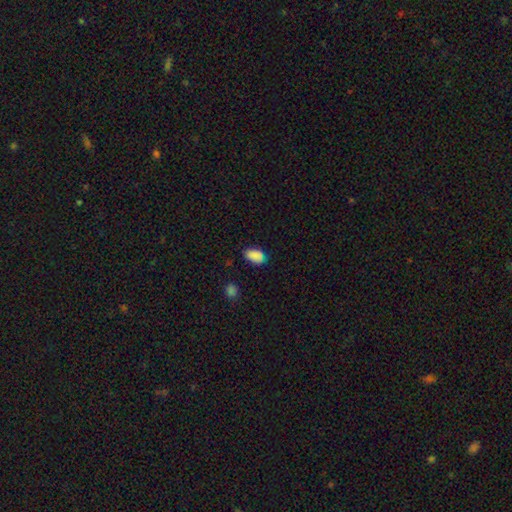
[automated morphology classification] Smooth or featured? smooth (86%)
How rounded? in between (90%)
Merging? none (70%)